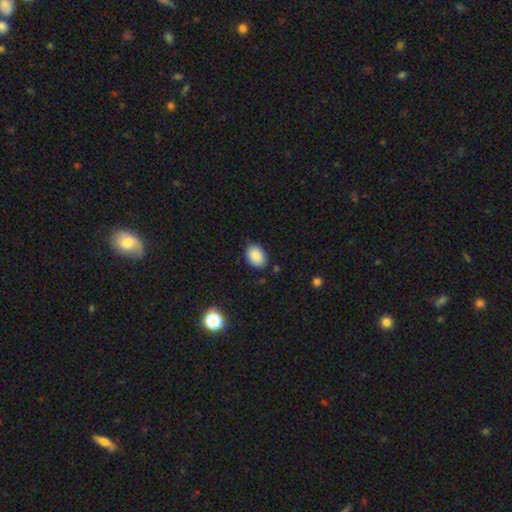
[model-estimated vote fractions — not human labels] A smooth galaxy with no disk features (88%) that is in between round and cigar-shaped (78%). Merging: none (83%).